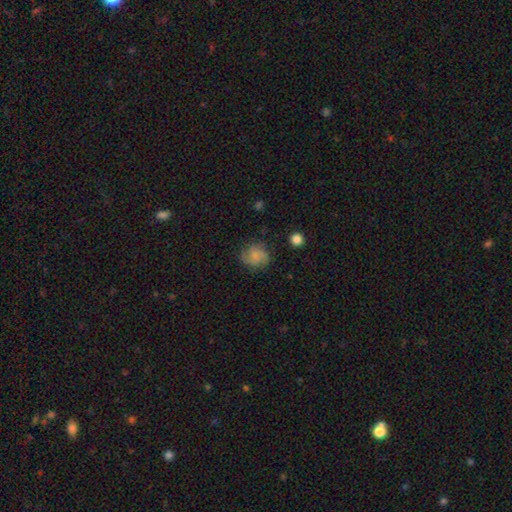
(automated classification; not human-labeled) A featured or disk galaxy (45%, tied with smooth). Merging: none (70%).